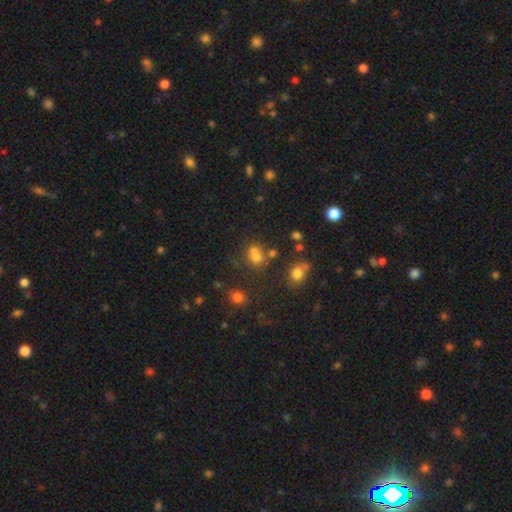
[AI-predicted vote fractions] This appears to be a smooth galaxy with no disk features (63%) that is round (69%). Merging: none (42%).